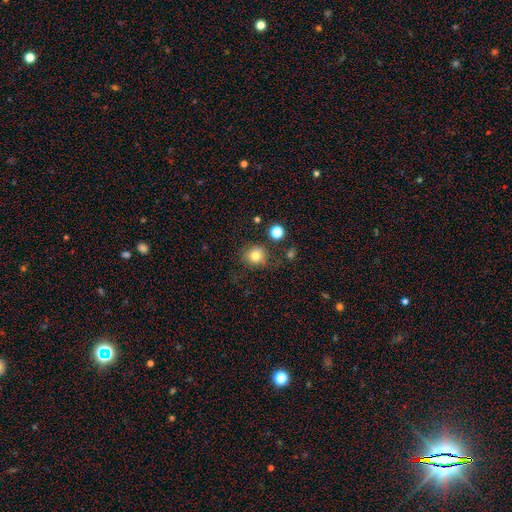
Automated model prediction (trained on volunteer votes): The model was most divided on "merging": none: 77%, minor disturbance: 13%, major disturbance: 5%, merger: 5%. More confident: how rounded — round (86%); smooth or featured — smooth (80%).